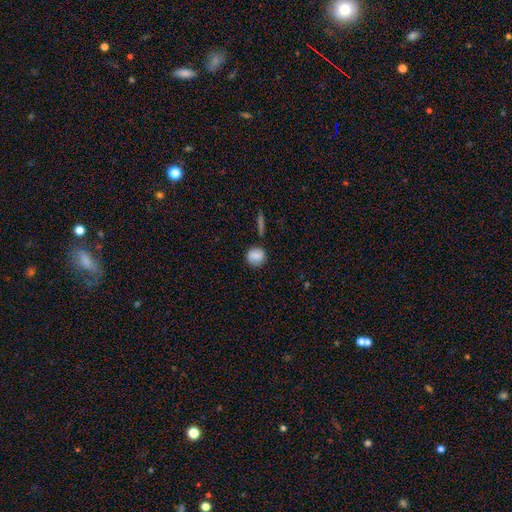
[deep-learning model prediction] Overall: smooth (75%). How rounded: round (85%). Merging: none (77%).